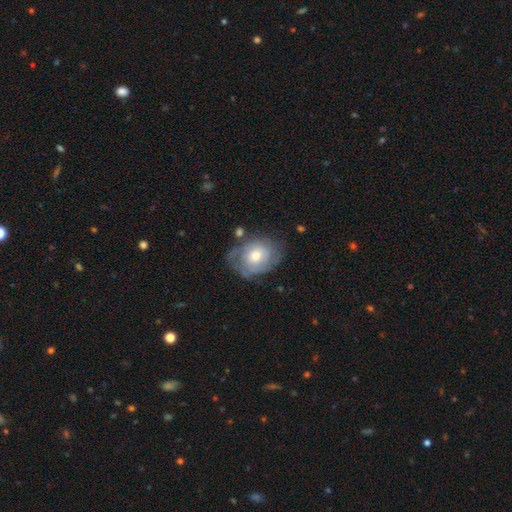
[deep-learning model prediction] Overall: featured or disk (57%; smooth 36%). Edge-on disk: no (96%). Bar: no (78%). Spiral arms: yes (73%). Bulge size: moderate (67%). Merging: none (62%; minor disturbance 25%).